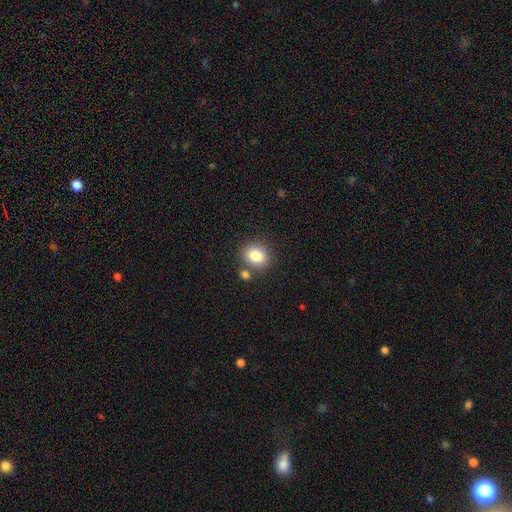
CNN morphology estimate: The model was most divided on "how rounded": round: 57%, in between: 42%, cigar-shaped: 1%. More confident: smooth or featured — smooth (83%); merging — none (75%).